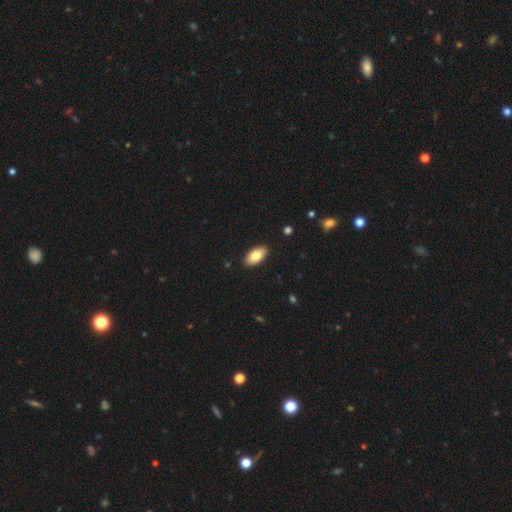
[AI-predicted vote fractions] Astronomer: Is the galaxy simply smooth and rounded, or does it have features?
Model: smooth — 79%.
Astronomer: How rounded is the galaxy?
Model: in between — 93%.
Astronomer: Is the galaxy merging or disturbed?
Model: none — 90%.